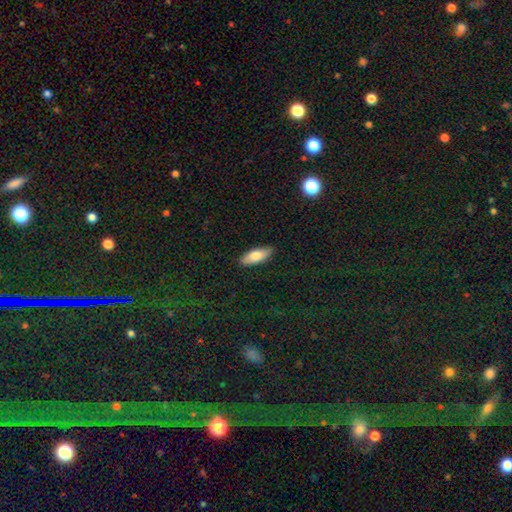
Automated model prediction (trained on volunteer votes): A smooth galaxy with no disk features (79%) that is in between round and cigar-shaped (75%).

Vote fractions:
- Smooth or featured? smooth: 79% / featured or disk: 15% / star or artifact: 6%
- How rounded? in between: 75% / cigar-shaped: 23% / round: 2%
- Merging? none: 87% / minor disturbance: 10% / major disturbance: 2% / merger: 1%